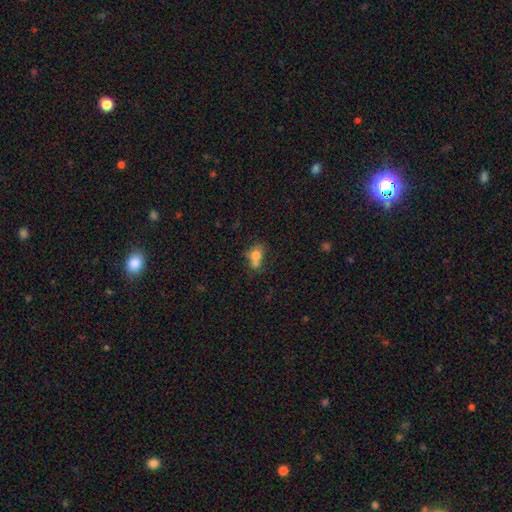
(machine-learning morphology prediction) This is likely a smooth galaxy (73%). How rounded: possibly in between (55%). Merging: marginally merger (36%, tied with none).